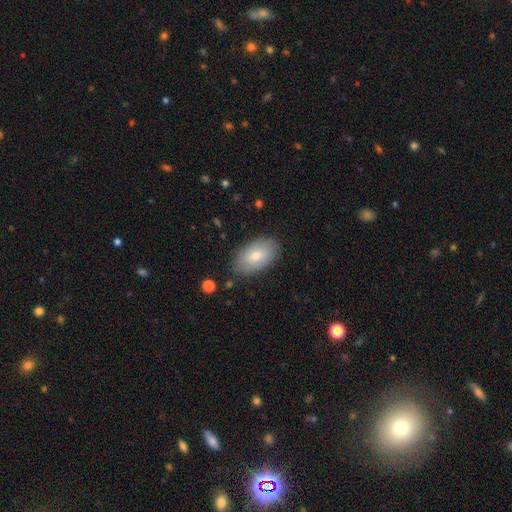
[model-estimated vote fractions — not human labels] Smooth or featured?
  - smooth: 75% *
  - featured or disk: 19%
  - star or artifact: 7%
How rounded?
  - in between: 94% *
  - round: 4%
  - cigar-shaped: 1%
Merging?
  - none: 85% *
  - minor disturbance: 12%
  - major disturbance: 2%
  - merger: 1%